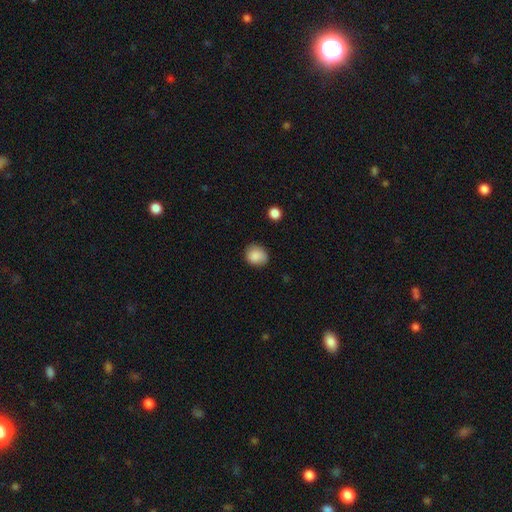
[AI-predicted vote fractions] smooth 87%, star or artifact 8%, featured or disk 5%. Down the decision tree: how rounded — round (67%); merging — none (76%).